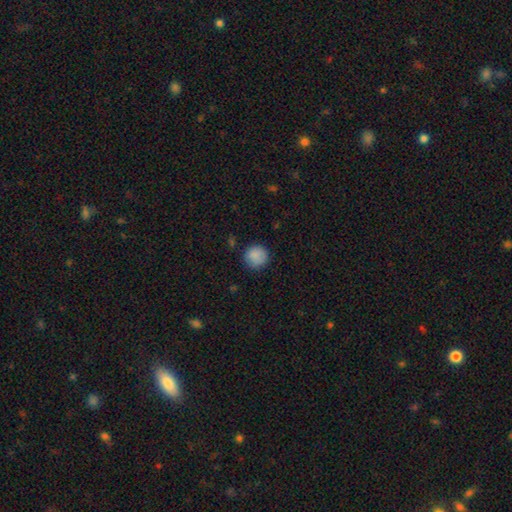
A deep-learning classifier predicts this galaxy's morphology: This is clearly a smooth galaxy (87%). How rounded: clearly round (93%). Merging: clearly none (83%).